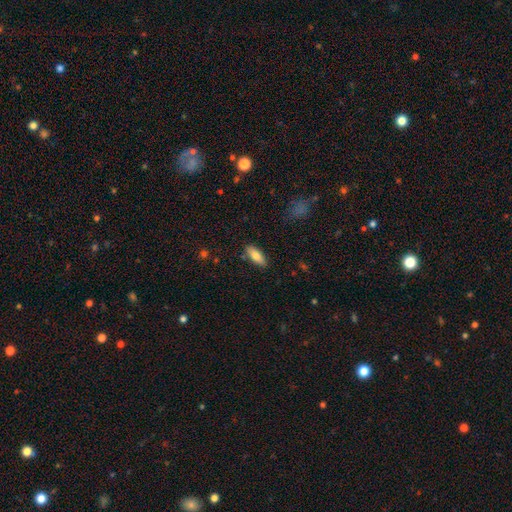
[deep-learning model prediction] A smooth galaxy with no disk features (75%) that is in between round and cigar-shaped (73%). Merging: none (86%).